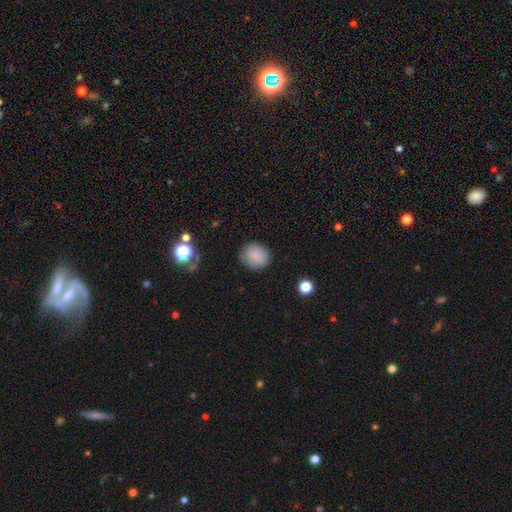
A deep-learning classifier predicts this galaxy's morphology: type=smooth (81%); roundness=round (75%); merging=none (82%).